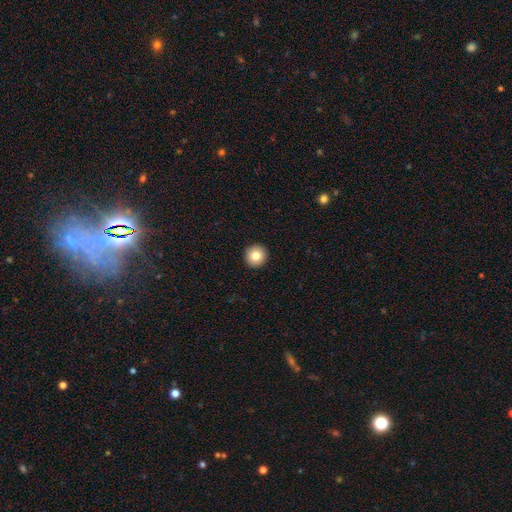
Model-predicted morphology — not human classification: A smooth galaxy with no disk features (82%) that is round (95%).

Vote fractions:
- Smooth or featured? smooth: 82% / star or artifact: 9% / featured or disk: 8%
- How rounded? round: 95% / in between: 4% / cigar-shaped: 1%
- Merging? none: 94% / minor disturbance: 4% / major disturbance: 1% / merger: 1%